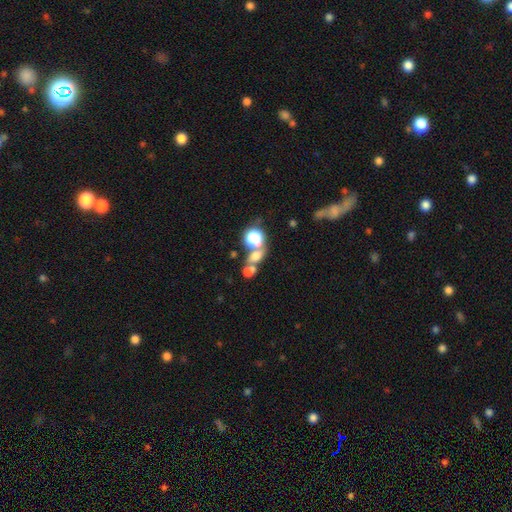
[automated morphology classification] A smooth galaxy with no disk features (59%) that is round (51%). Merging: merger (54%).